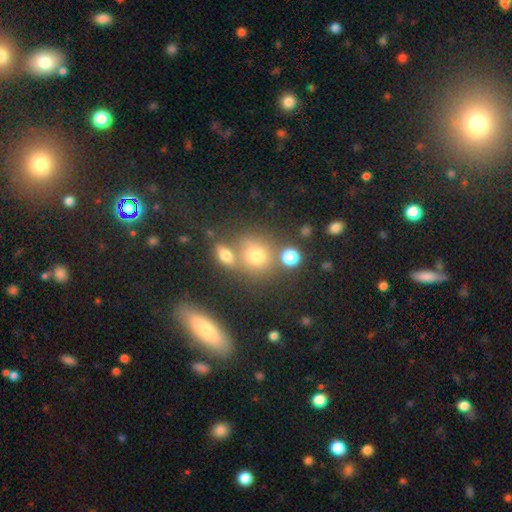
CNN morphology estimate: A smooth galaxy with no disk features (68%) that is round (74%).

Vote fractions:
- Smooth or featured? smooth: 68% / star or artifact: 17% / featured or disk: 15%
- How rounded? round: 74% / in between: 23% / cigar-shaped: 3%
- Merging? none: 57% / merger: 27% / minor disturbance: 11% / major disturbance: 5%